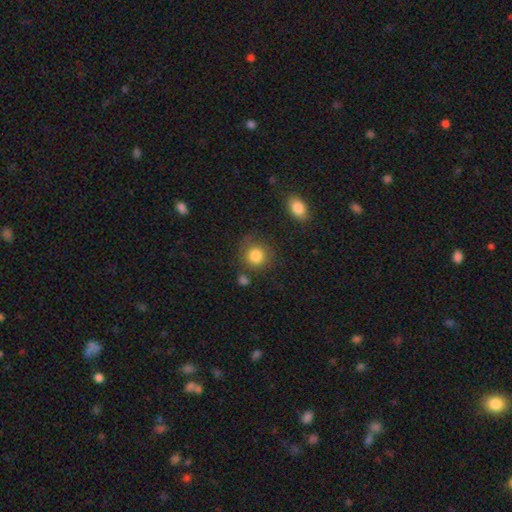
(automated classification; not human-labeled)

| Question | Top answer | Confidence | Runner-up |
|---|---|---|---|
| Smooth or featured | smooth | 84% | star or artifact (9%) |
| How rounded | round | 87% | in between (12%) |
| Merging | none | 73% | minor disturbance (15%) |